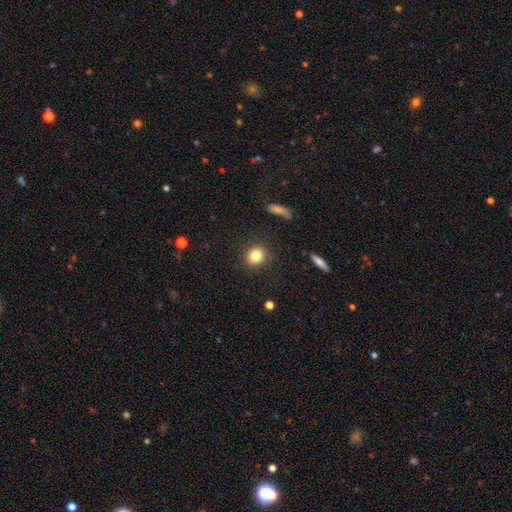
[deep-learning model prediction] smooth 83%, star or artifact 10%, featured or disk 7%. Down the decision tree: how rounded — round (71%); merging — none (86%).